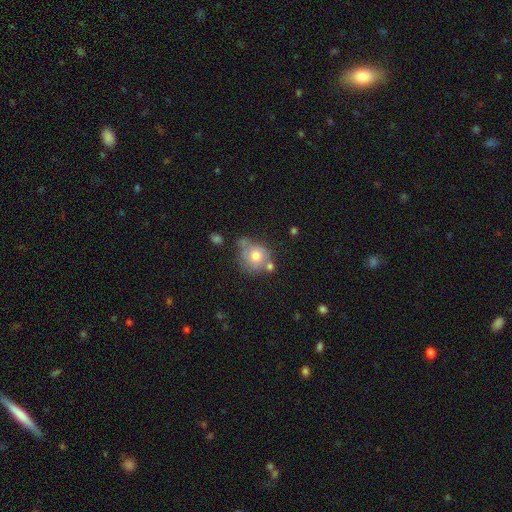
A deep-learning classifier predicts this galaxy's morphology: This is likely a smooth galaxy (69%). How rounded: likely round (79%). Merging: possibly none (45%).